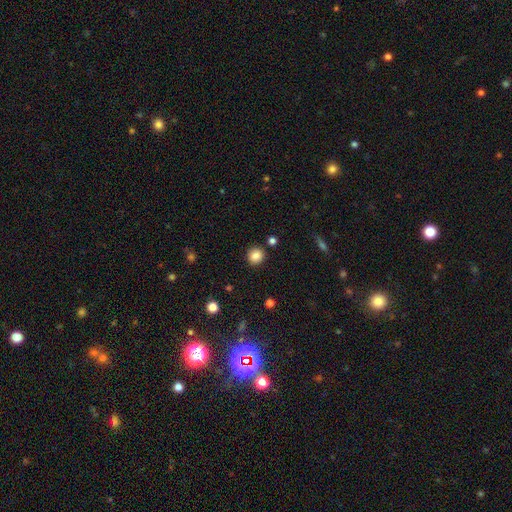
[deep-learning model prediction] Q: Smooth or featured?
A: smooth (85%); runner-up: star or artifact (10%)
Q: How rounded?
A: round (89%); runner-up: in between (10%)
Q: Merging?
A: none (89%); runner-up: minor disturbance (6%)